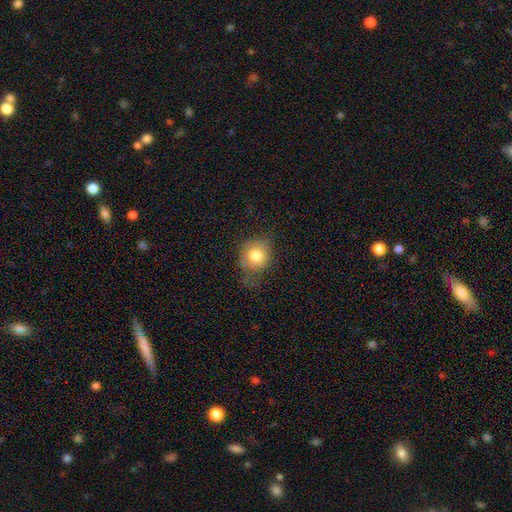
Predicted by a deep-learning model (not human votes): The model was most divided on "merging": none: 57%, minor disturbance: 29%, major disturbance: 13%, merger: 2%. More confident: smooth or featured — smooth (78%); how rounded — round (77%).